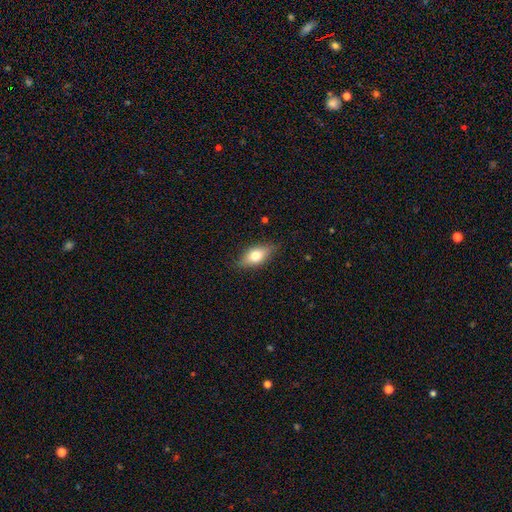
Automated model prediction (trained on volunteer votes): A smooth galaxy with no disk features (64%) that is in between round and cigar-shaped (80%). Merging: none (84%).